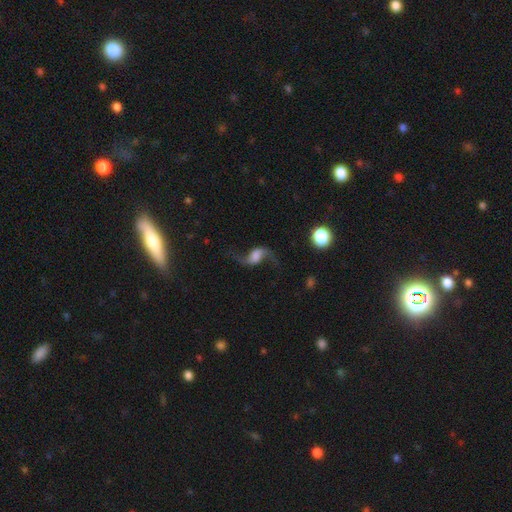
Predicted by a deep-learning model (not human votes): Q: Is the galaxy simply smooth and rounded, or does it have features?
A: featured or disk — 80%.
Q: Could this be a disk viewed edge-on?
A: no — 95%.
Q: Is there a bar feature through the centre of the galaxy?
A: no — 42%.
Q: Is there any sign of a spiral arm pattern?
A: yes — 96%.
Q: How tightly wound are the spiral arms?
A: loose — 92%.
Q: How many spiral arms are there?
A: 2 — 94%.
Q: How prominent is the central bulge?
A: large — 29%.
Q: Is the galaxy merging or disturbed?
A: none — 72%.